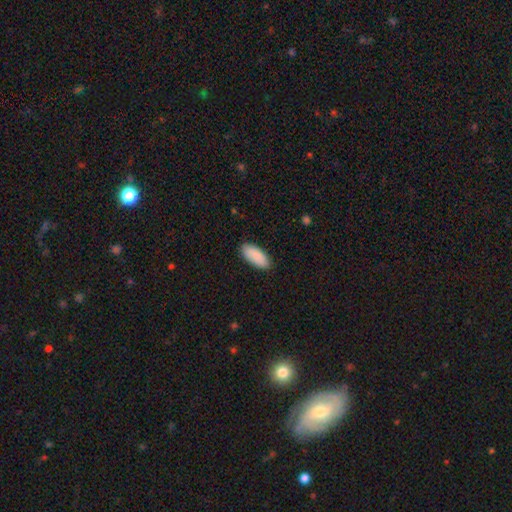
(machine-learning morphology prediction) smooth 86%, featured or disk 8%, star or artifact 6%. Down the decision tree: how rounded — in between (90%); merging — none (87%).